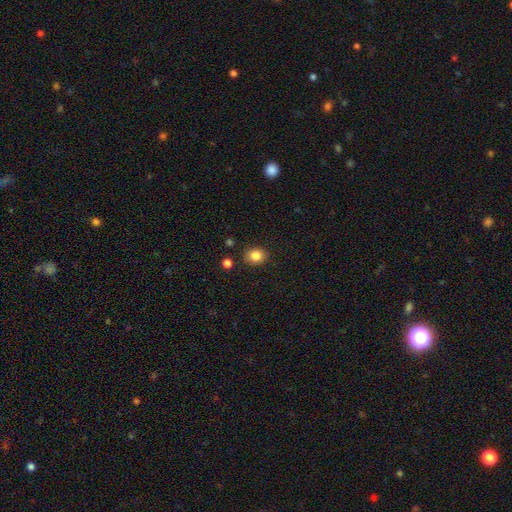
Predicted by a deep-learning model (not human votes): Smooth or featured? Predicted: smooth (p=0.85). How rounded? Predicted: round (p=0.67). Merging? Predicted: none (p=0.85).